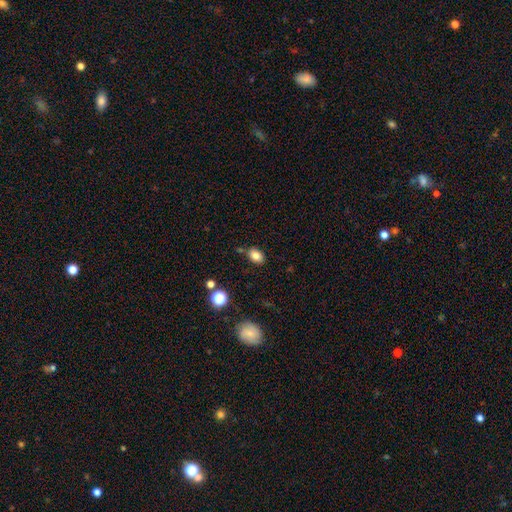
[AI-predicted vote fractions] A smooth galaxy with no disk features (82%) that is in between round and cigar-shaped (78%). Merging: none (78%).